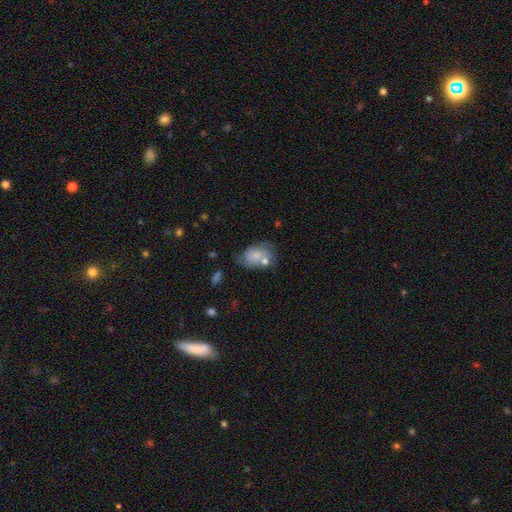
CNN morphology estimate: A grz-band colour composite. It shows a smooth galaxy with no disk features (64%) that is in between round and cigar-shaped (79%). Merging: none (38%).